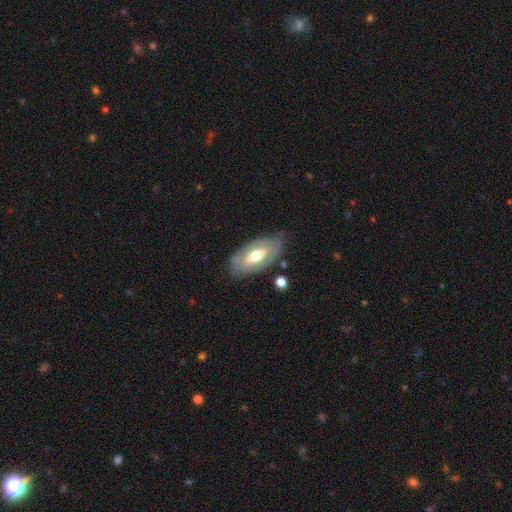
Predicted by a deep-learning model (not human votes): featured or disk 54%, smooth 41%, star or artifact 6%. Down the decision tree: edge-on disk — no (83%); merging — none (75%).